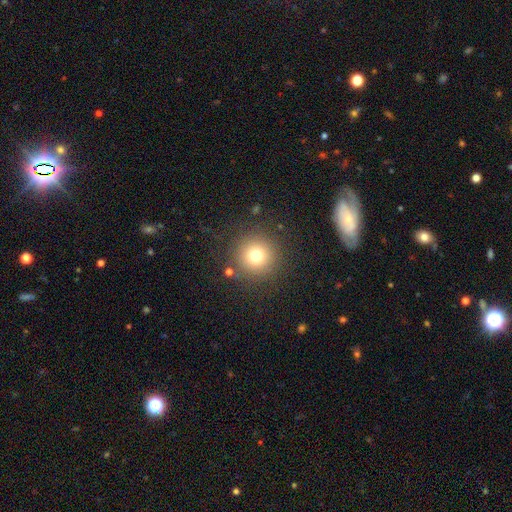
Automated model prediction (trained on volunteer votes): Smooth or featured? smooth (76%)
How rounded? round (95%)
Merging? none (87%)